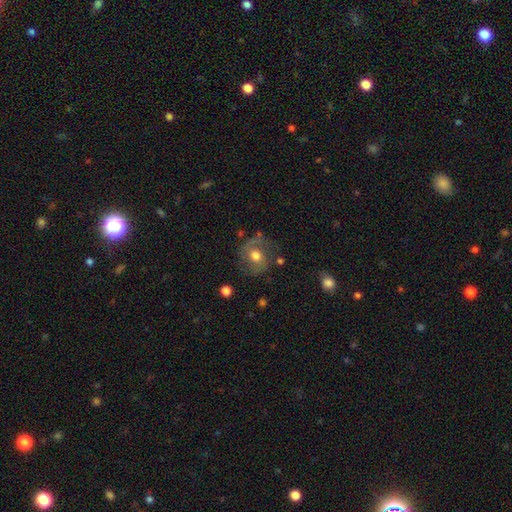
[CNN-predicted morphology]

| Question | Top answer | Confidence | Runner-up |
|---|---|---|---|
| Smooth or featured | featured or disk | 47% | smooth (44%) |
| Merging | none | 67% | minor disturbance (19%) |